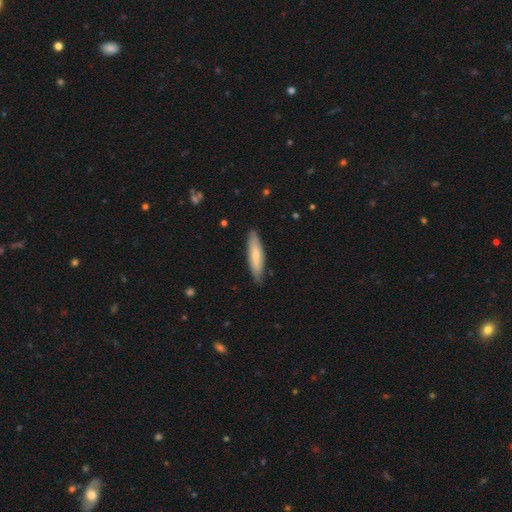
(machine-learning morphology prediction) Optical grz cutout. It shows a smooth galaxy with no disk features (73%) that is cigar-shaped (74%). Merging: none (82%).